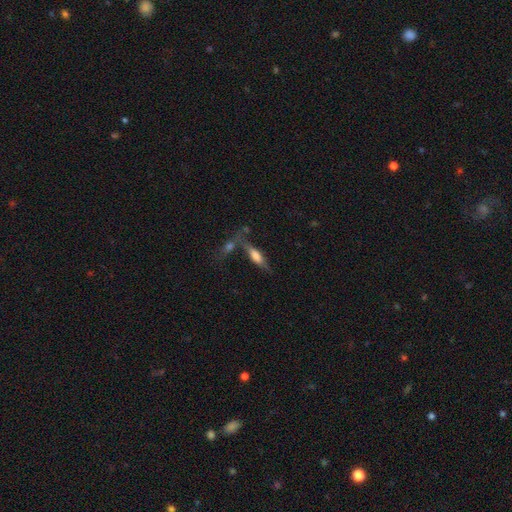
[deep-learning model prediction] Overall: smooth (55%; featured or disk 37%). How rounded: cigar-shaped (57%; in between 40%). Merging: none (46%; merger 30%).